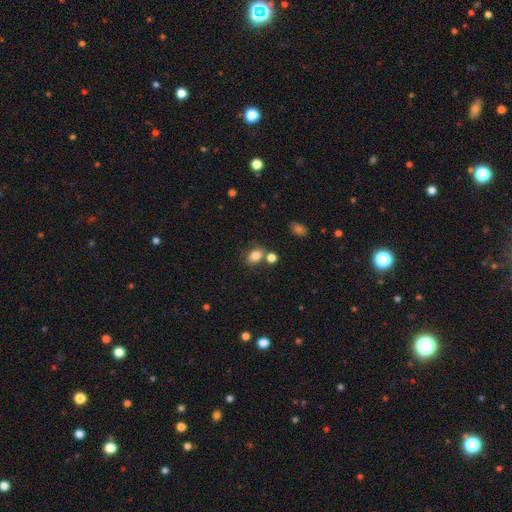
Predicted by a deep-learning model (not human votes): This appears to be a smooth galaxy with no disk features (81%) that is in between round and cigar-shaped (55%). Merging: none (60%).